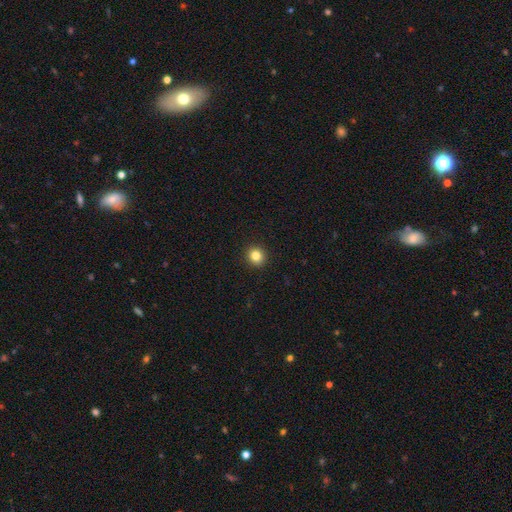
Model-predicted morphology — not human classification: Q: Smooth or featured?
A: smooth (83%); runner-up: star or artifact (12%)
Q: How rounded?
A: round (91%); runner-up: in between (8%)
Q: Merging?
A: none (93%); runner-up: minor disturbance (4%)